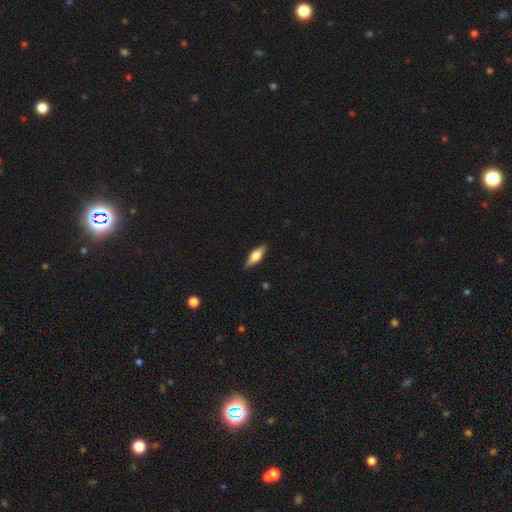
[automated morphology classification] Smooth or featured?
  - featured or disk: 48% *
  - smooth: 46%
  - star or artifact: 6%
Merging?
  - none: 89% *
  - minor disturbance: 8%
  - major disturbance: 2%
  - merger: 1%